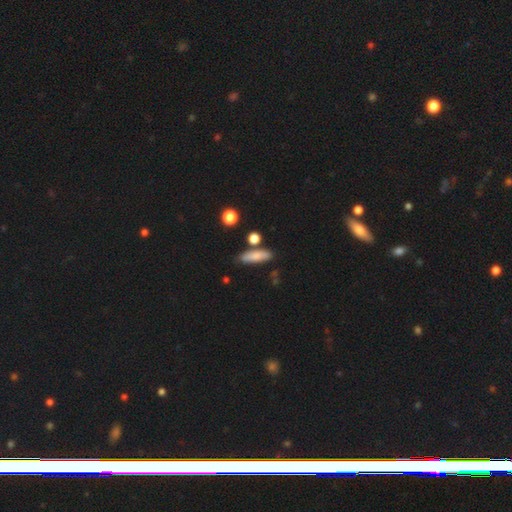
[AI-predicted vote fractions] Q: Smooth or featured?
A: smooth (79%); runner-up: featured or disk (13%)
Q: How rounded?
A: cigar-shaped (54%); runner-up: in between (41%)
Q: Merging?
A: none (75%); runner-up: minor disturbance (14%)